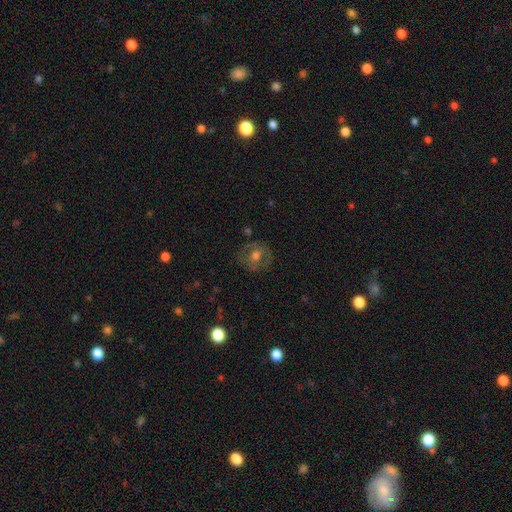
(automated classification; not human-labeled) Overall: smooth (47%; featured or disk 42%). Merging: none (77%).